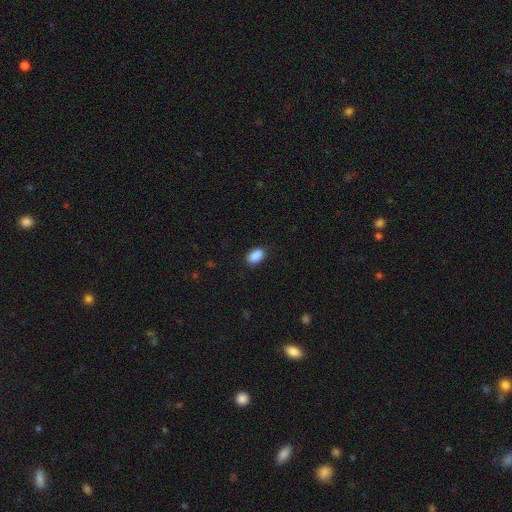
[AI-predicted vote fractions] Overall: smooth (90%). How rounded: in between (89%). Merging: none (85%).